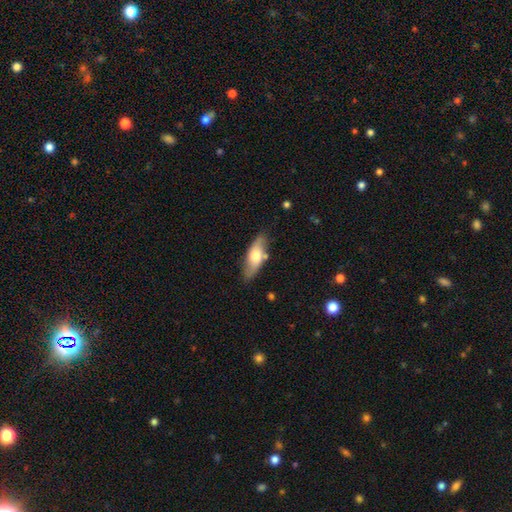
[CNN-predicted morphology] Smooth or featured: smooth — 61% (featured or disk — 33%)
How rounded: in between — 67% (cigar-shaped — 31%)
Merging: none — 77% (minor disturbance — 15%)